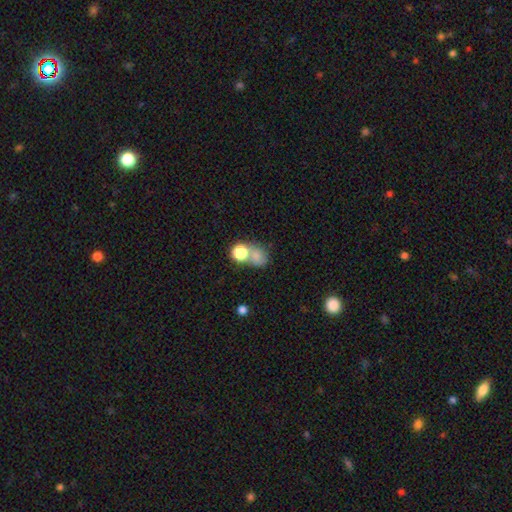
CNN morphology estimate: This appears to be a smooth galaxy with no disk features (72%) that is round (62%). Merging: merger (47%).